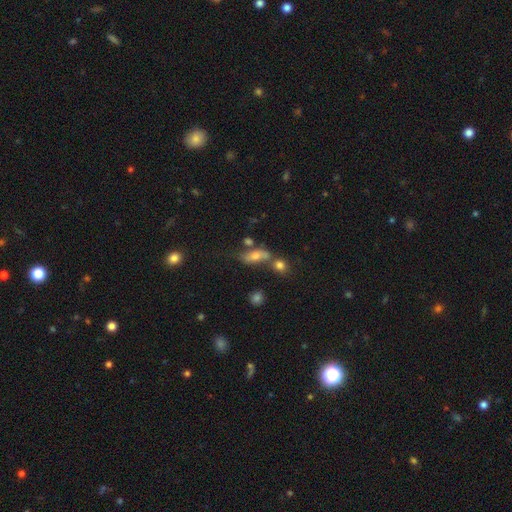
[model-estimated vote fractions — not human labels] Smooth or featured? Predicted: smooth (p=0.61). How rounded? Predicted: in between (p=0.71). Merging? Predicted: none (p=0.43).